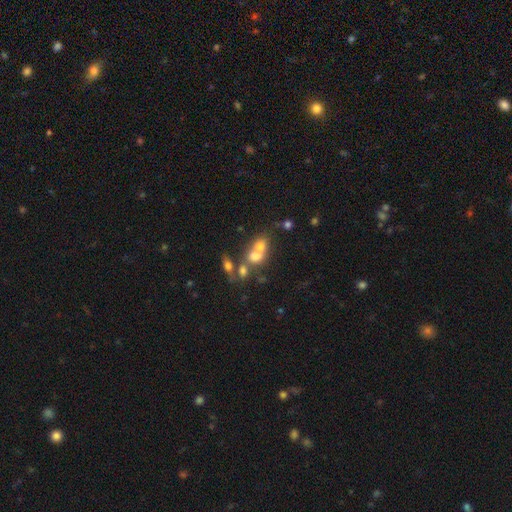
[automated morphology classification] A smooth galaxy with no disk features (62%) that is round (51%).

Vote fractions:
- Smooth or featured? smooth: 62% / featured or disk: 23% / star or artifact: 15%
- How rounded? round: 51% / in between: 47% / cigar-shaped: 3%
- Merging? merger: 60% / none: 27% / minor disturbance: 8% / major disturbance: 6%